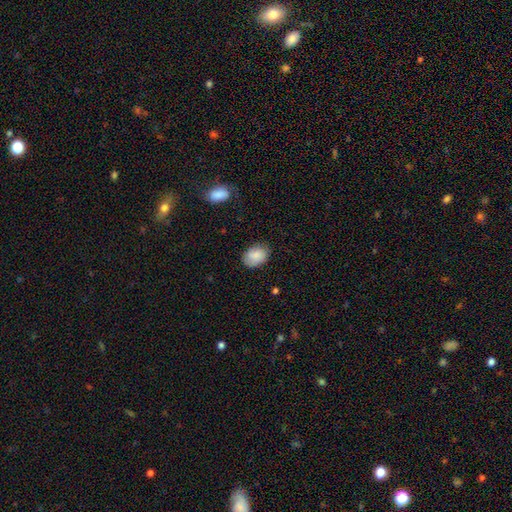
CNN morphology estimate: Overall: smooth (85%). How rounded: in between (76%). Merging: none (76%).